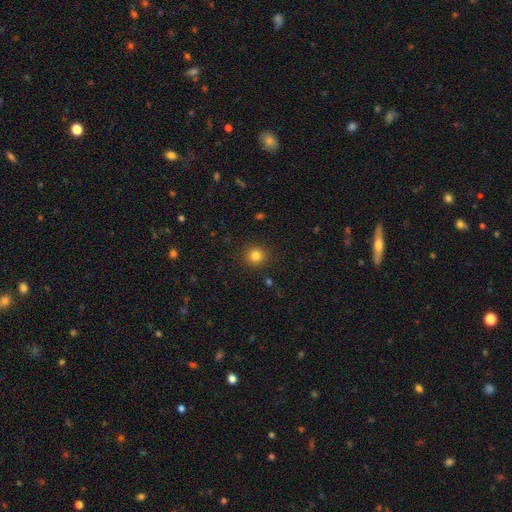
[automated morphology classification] Smooth or featured? smooth (82%)
How rounded? round (92%)
Merging? none (91%)